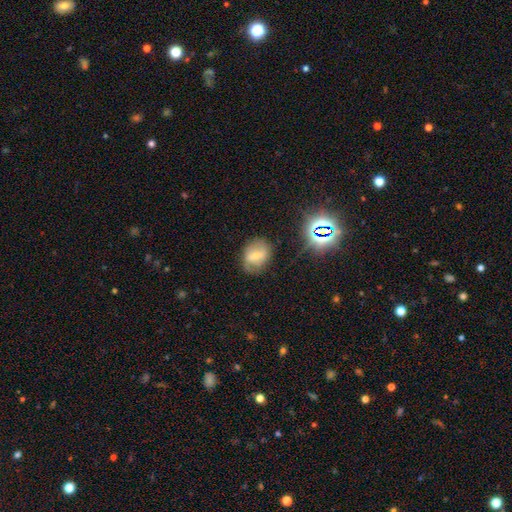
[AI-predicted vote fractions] This is possibly a featured or disk galaxy (46%). Merging: likely none (67%).